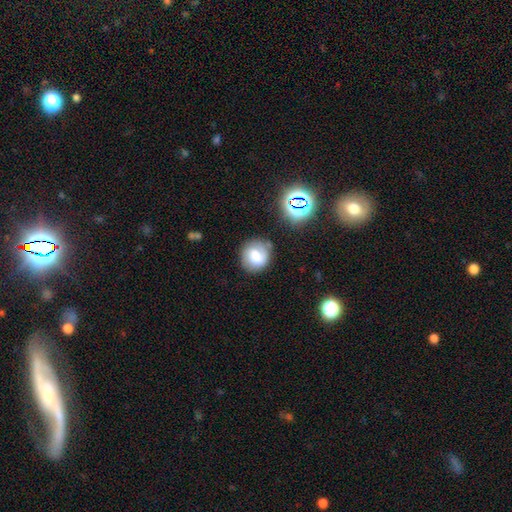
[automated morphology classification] Smooth or featured? smooth (57%)
How rounded? round (79%)
Merging? none (76%)